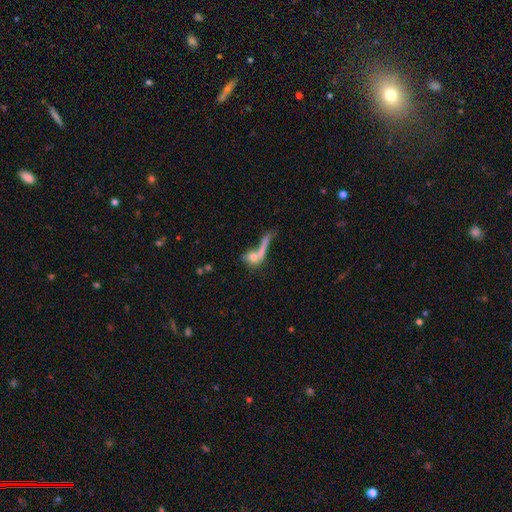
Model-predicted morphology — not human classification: A smooth galaxy with no disk features (63%) that is round (44%). Merging: merger (39%).